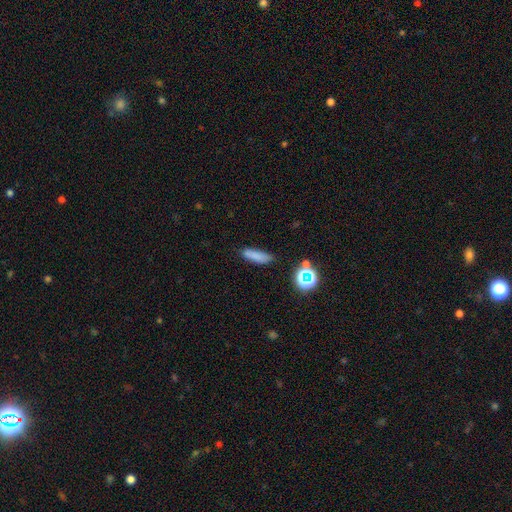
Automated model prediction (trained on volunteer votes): This appears to be a smooth galaxy with no disk features (76%) that is cigar-shaped (60%). Merging: none (75%).